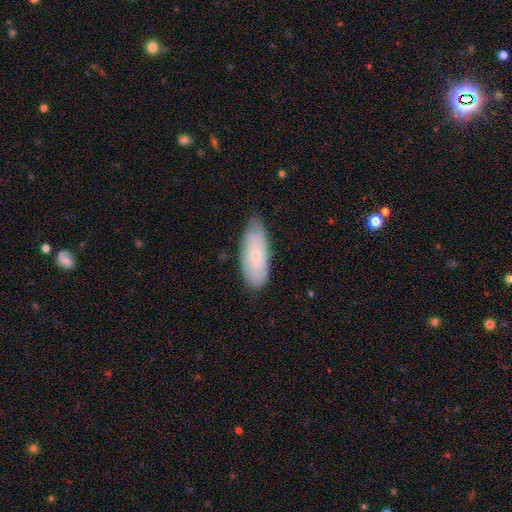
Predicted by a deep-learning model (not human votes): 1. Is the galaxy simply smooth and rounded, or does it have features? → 51% featured or disk, 42% smooth, 7% star or artifact.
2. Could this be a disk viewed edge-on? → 86% no, 14% yes.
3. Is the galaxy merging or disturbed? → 77% none, 19% minor disturbance, 3% major disturbance, 1% merger.